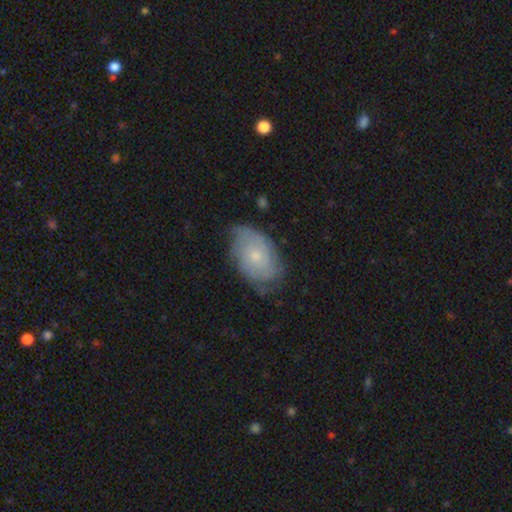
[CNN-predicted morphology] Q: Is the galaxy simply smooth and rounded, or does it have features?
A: featured or disk — 56%.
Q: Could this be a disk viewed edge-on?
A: no — 95%.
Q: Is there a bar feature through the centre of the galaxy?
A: no — 80%.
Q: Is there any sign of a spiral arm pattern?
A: yes — 80%.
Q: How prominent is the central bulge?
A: small — 61%.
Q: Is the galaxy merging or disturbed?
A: none — 66%.